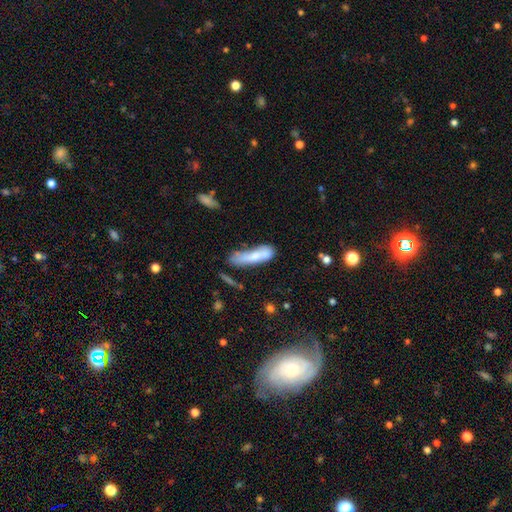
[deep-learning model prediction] A smooth galaxy with no disk features (70%) that is cigar-shaped (68%).

Vote fractions:
- Smooth or featured? smooth: 70% / featured or disk: 22% / star or artifact: 8%
- How rounded? cigar-shaped: 68% / in between: 30% / round: 2%
- Merging? none: 41% / minor disturbance: 28% / merger: 17% / major disturbance: 14%